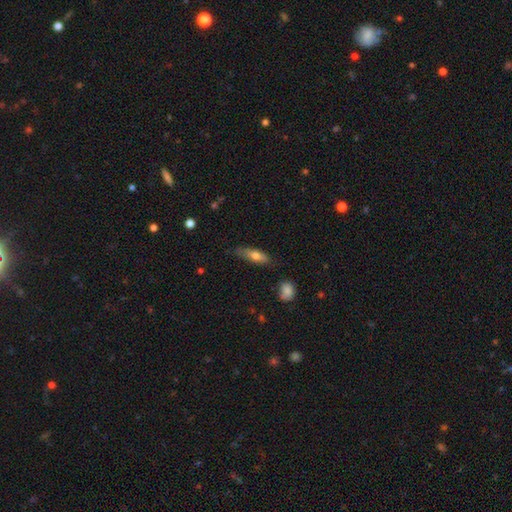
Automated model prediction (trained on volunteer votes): Smooth or featured? smooth (67%)
How rounded? cigar-shaped (50%)
Merging? none (67%)